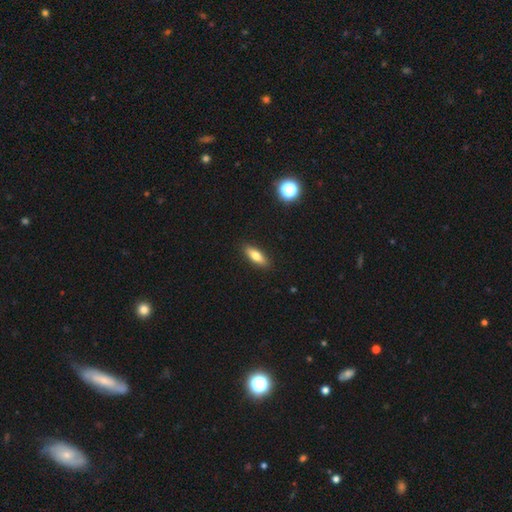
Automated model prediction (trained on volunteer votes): Q: Smooth or featured?
A: smooth (73%); runner-up: featured or disk (20%)
Q: How rounded?
A: in between (60%); runner-up: cigar-shaped (37%)
Q: Merging?
A: none (90%); runner-up: minor disturbance (7%)